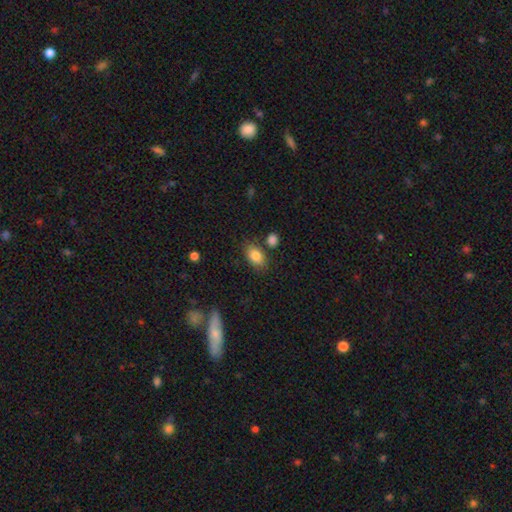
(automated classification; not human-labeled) Smooth or featured? Predicted: smooth (p=0.84). How rounded? Predicted: in between (p=0.86). Merging? Predicted: none (p=0.76).